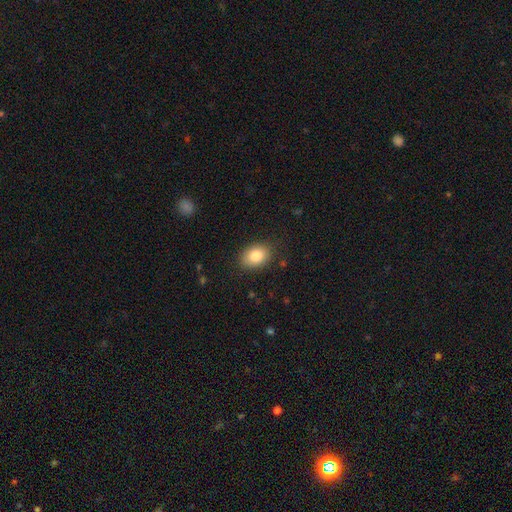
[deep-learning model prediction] A smooth galaxy with no disk features (83%) that is in between round and cigar-shaped (77%). Merging: none (85%).